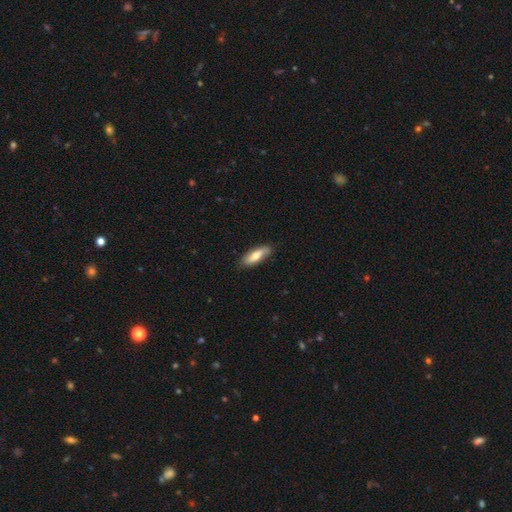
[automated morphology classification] A smooth galaxy with no disk features (62%) that is in between round and cigar-shaped (58%). Merging: none (83%).